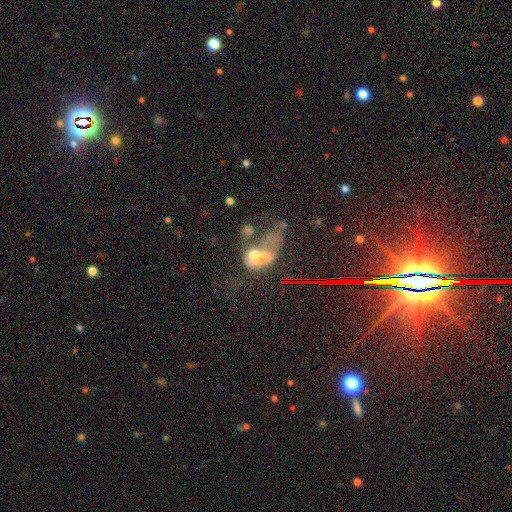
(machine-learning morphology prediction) Smooth or featured? Predicted: smooth (p=0.42). Merging? Predicted: merger (p=0.43).